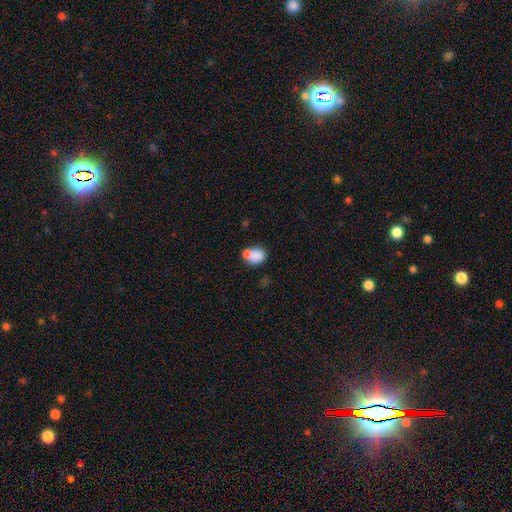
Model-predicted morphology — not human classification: type=smooth (80%); roundness=in between (58%); merging=merger (42%).